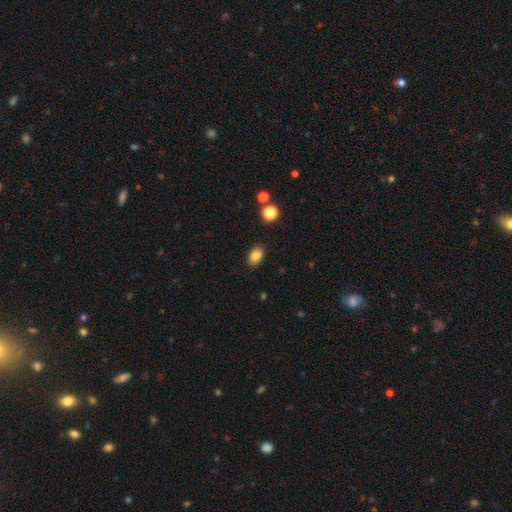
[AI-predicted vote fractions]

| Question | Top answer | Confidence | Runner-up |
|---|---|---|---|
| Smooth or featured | smooth | 83% | star or artifact (10%) |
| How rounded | in between | 84% | round (15%) |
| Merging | none | 87% | minor disturbance (9%) |